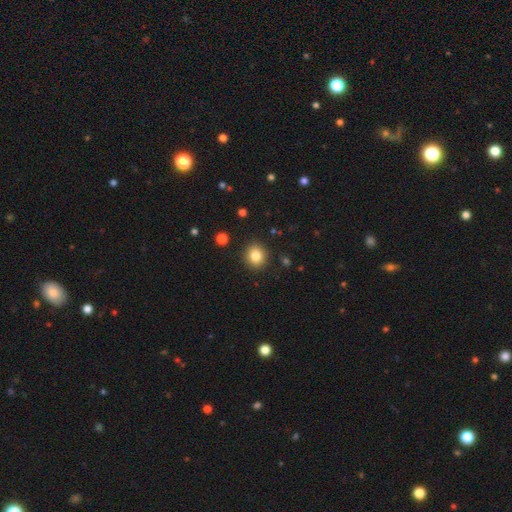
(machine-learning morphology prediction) This is clearly a smooth galaxy (84%). How rounded: likely round (78%). Merging: clearly none (90%).